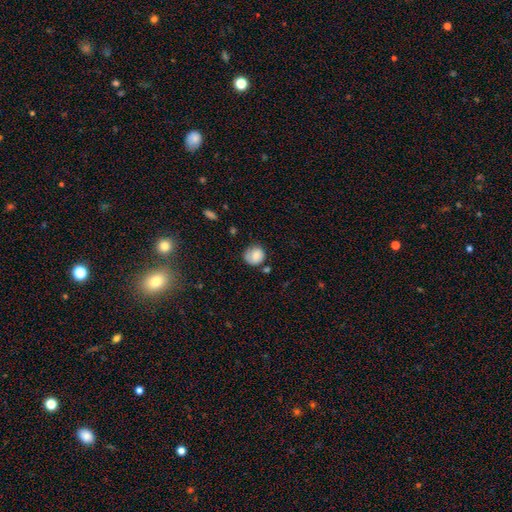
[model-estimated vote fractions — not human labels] Morphology: type=smooth (79%); roundness=round (83%); merging=none (65%).